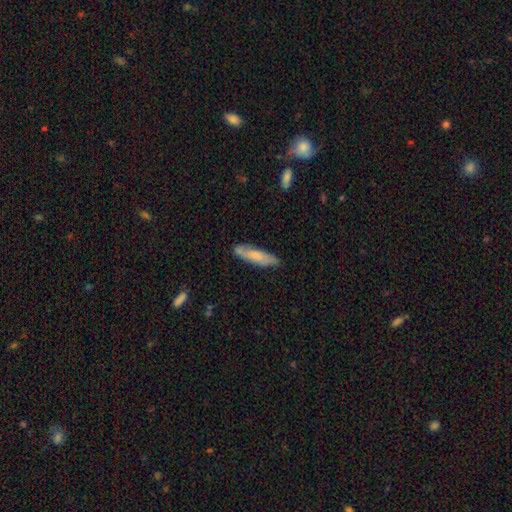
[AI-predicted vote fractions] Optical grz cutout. It shows a smooth galaxy with no disk features (71%) that is cigar-shaped (80%). Merging: none (82%).